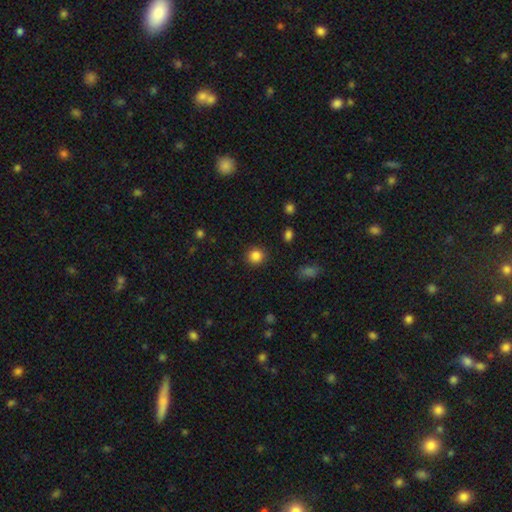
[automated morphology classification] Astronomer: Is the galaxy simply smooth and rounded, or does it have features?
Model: smooth — 85%.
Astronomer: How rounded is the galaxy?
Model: round — 90%.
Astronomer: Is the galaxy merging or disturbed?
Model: none — 90%.